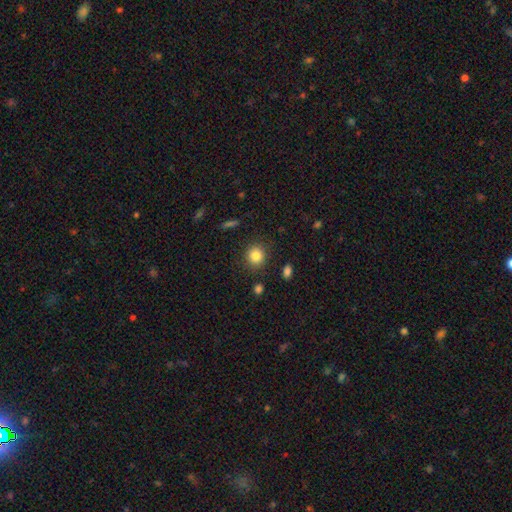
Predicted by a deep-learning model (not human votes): A smooth galaxy with no disk features (84%) that is round (84%). Merging: none (86%).